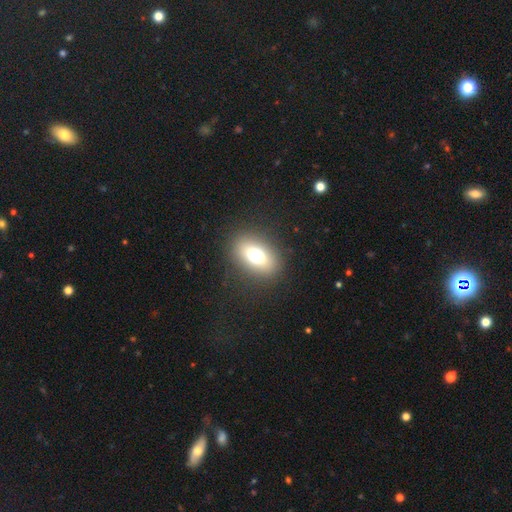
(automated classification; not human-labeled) This appears to be a smooth galaxy with no disk features (70%) that is in between round and cigar-shaped (74%). Merging: none (86%).